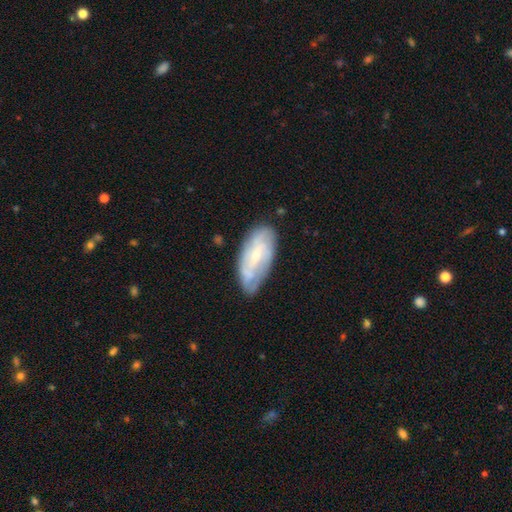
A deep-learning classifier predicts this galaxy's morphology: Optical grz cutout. It shows a featured or disk galaxy (59%) with no bar (44%), spiral arms (72%) and a small central bulge (59%). Merging: none (68%).